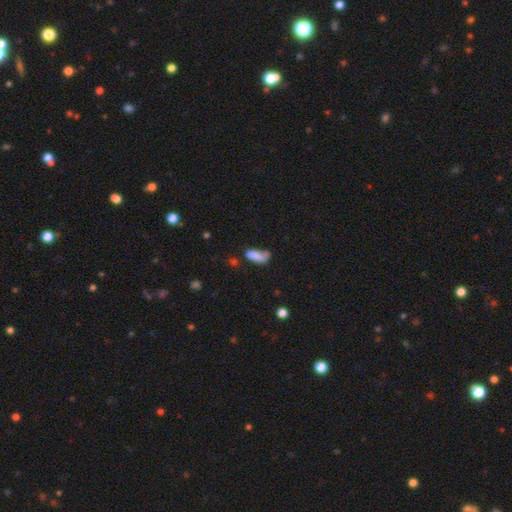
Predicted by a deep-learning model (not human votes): This appears to be a smooth galaxy with no disk features (76%) that is in between round and cigar-shaped (67%). Merging: none (39%).